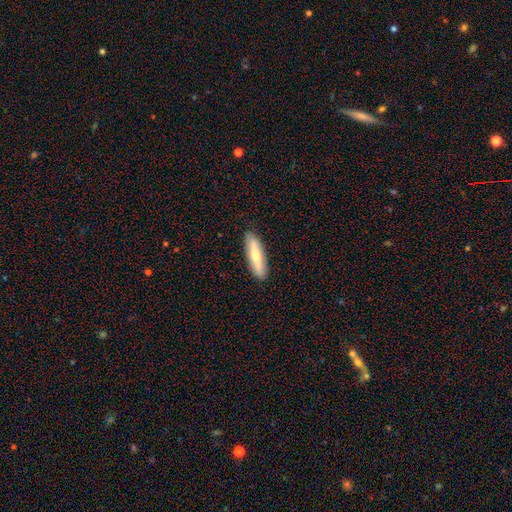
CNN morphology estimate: Smooth or featured? Predicted: smooth (p=0.60). How rounded? Predicted: cigar-shaped (p=0.71). Merging? Predicted: none (p=0.89).